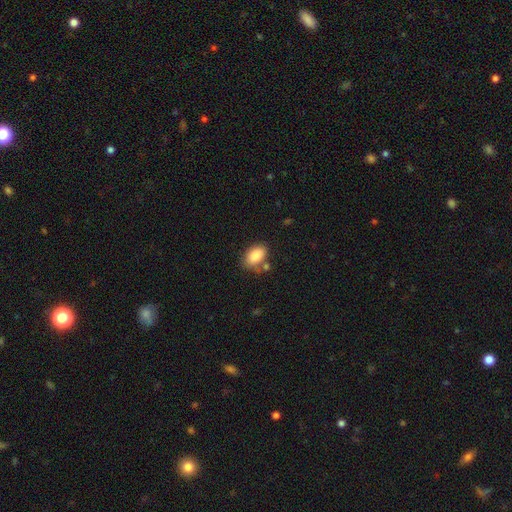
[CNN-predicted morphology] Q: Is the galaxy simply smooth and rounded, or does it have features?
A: smooth — 87%.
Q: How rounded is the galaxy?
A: in between — 89%.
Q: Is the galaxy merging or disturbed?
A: none — 66%.